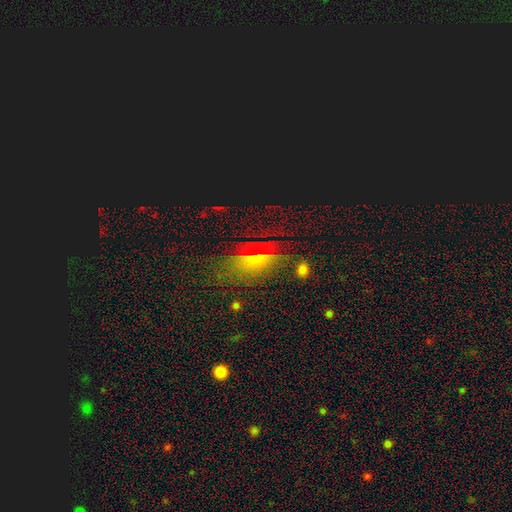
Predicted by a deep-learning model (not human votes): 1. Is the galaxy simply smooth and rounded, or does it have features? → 44% star or artifact, 41% smooth, 15% featured or disk.